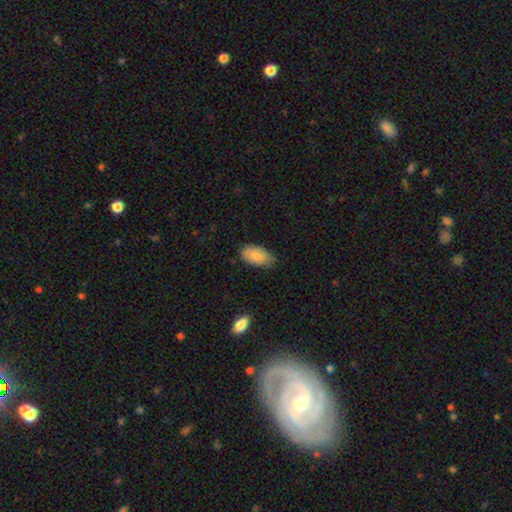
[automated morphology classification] This appears to be a smooth galaxy with no disk features (86%) that is in between round and cigar-shaped (94%). Merging: none (72%).